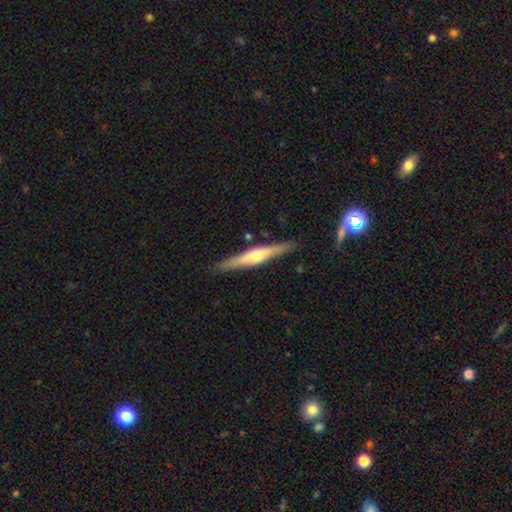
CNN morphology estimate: Smooth or featured: featured or disk — 63% (smooth — 32%)
Edge-on disk: yes — 96% (no — 4%)
Edge-on bulge: rounded — 86% (boxy — 7%)
Merging: none — 88% (minor disturbance — 8%)